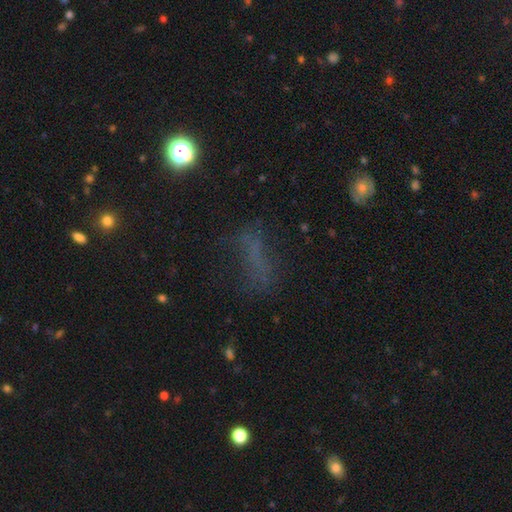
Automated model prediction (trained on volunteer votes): Smooth or featured? Predicted: smooth (p=0.47). Merging? Predicted: none (p=0.57).